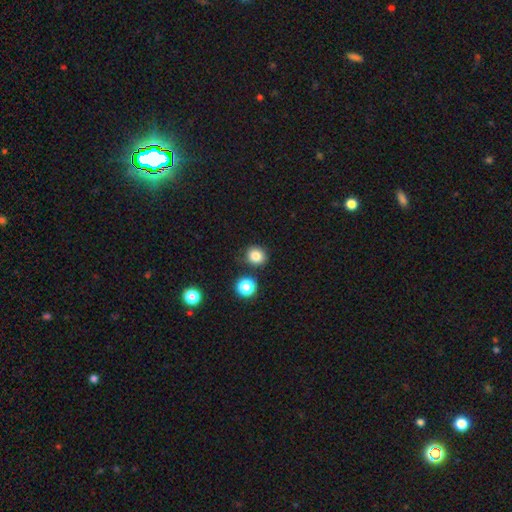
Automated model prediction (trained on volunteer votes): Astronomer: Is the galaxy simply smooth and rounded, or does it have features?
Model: smooth — 83%.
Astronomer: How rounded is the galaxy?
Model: round — 87%.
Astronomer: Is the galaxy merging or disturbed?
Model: none — 83%.